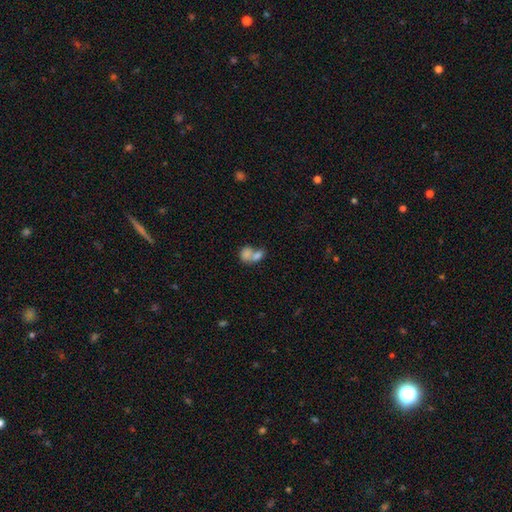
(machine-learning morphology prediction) type=smooth (76%); roundness=in between (73%); merging=merger (71%).